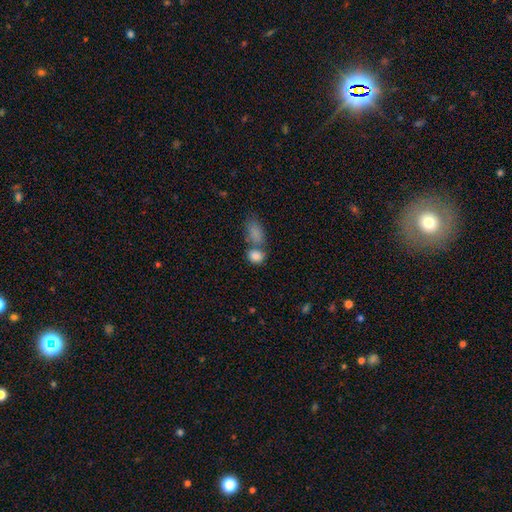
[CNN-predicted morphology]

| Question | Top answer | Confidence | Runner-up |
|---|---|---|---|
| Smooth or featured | smooth | 85% | star or artifact (9%) |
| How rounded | in between | 65% | round (33%) |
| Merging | none | 45% | merger (39%) |